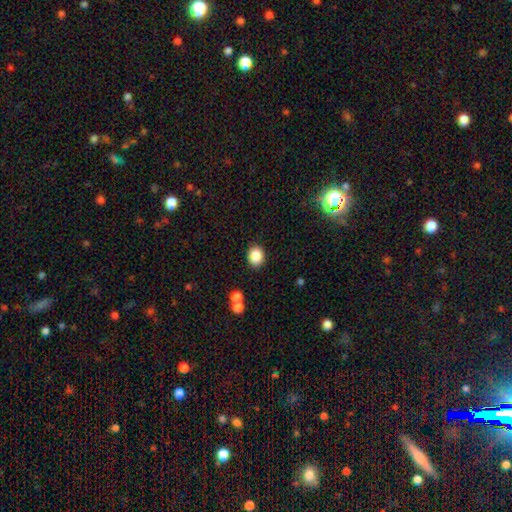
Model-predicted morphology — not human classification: A smooth galaxy with no disk features (86%) that is round (59%). Merging: none (86%).